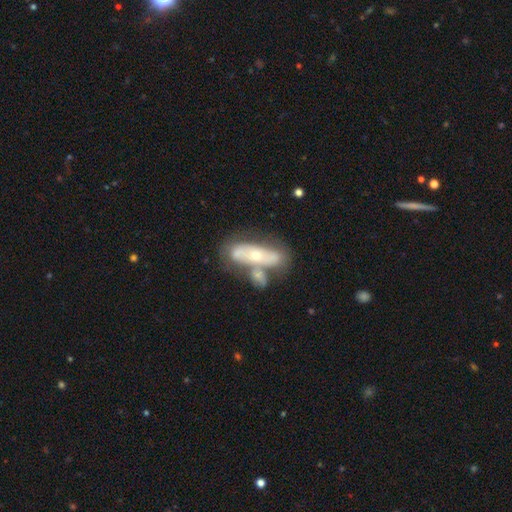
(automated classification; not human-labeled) smooth-or-featured: featured or disk: 57% | smooth: 36% | star or artifact: 7%
  disk-edge-on: no: 76% | yes: 24%
  merging: merger: 43% | none: 36% | minor disturbance: 14% | major disturbance: 8%